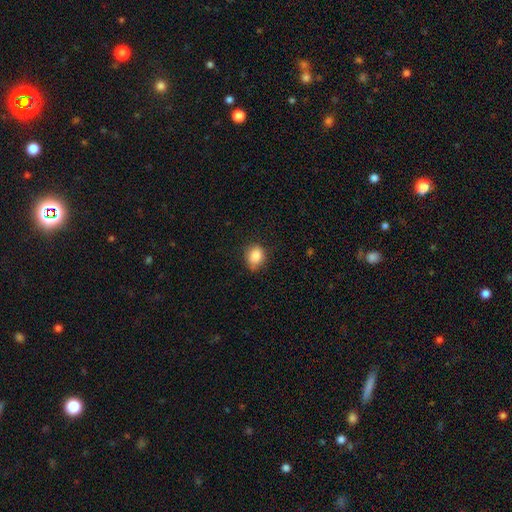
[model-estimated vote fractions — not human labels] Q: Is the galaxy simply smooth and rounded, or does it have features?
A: smooth — 86%.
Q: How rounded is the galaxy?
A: round — 55%.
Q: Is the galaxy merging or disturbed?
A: none — 70%.